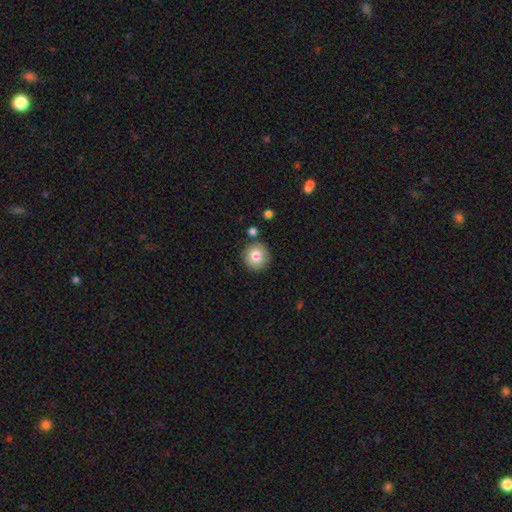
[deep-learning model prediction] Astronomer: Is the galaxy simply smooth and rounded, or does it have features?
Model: smooth — 83%.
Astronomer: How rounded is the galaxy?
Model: round — 92%.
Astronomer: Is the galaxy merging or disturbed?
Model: none — 84%.